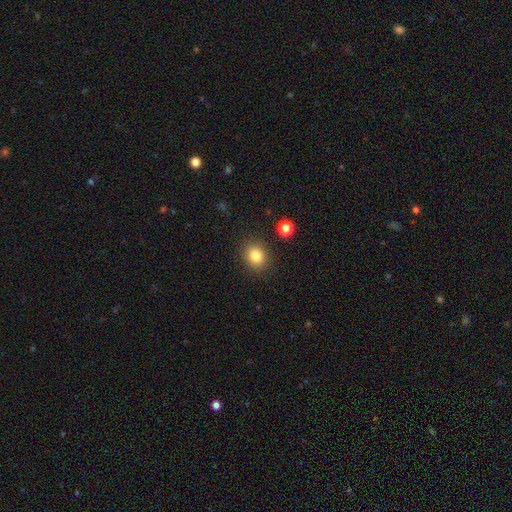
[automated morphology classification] smooth-or-featured: smooth: 83% | star or artifact: 11% | featured or disk: 6%
  how-rounded: round: 65% | in between: 34% | cigar-shaped: 1%
  merging: none: 87% | minor disturbance: 8% | major disturbance: 3% | merger: 2%